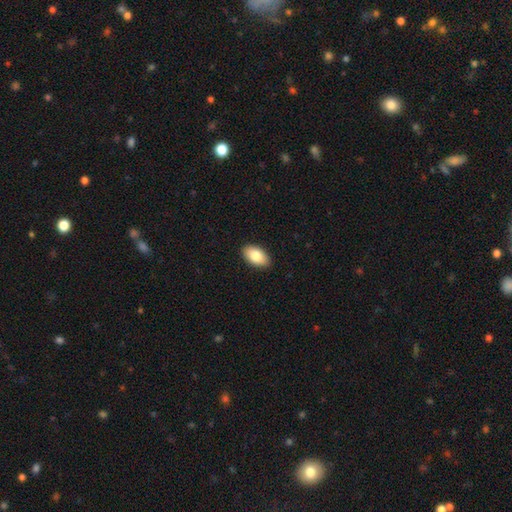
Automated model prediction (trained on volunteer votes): A smooth galaxy with no disk features (82%) that is in between round and cigar-shaped (94%).

Vote fractions:
- Smooth or featured? smooth: 82% / featured or disk: 12% / star or artifact: 7%
- How rounded? in between: 94% / round: 4% / cigar-shaped: 2%
- Merging? none: 90% / minor disturbance: 7% / major disturbance: 2% / merger: 1%